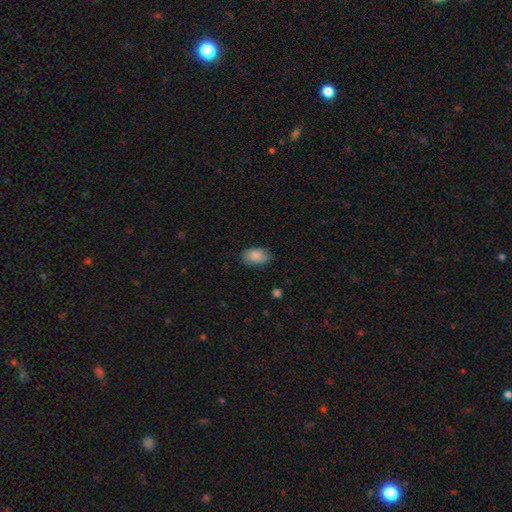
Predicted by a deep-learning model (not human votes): Smooth or featured?
  - smooth: 87% *
  - star or artifact: 7%
  - featured or disk: 6%
How rounded?
  - in between: 90% *
  - round: 9%
  - cigar-shaped: 1%
Merging?
  - none: 80% *
  - minor disturbance: 15%
  - major disturbance: 3%
  - merger: 1%